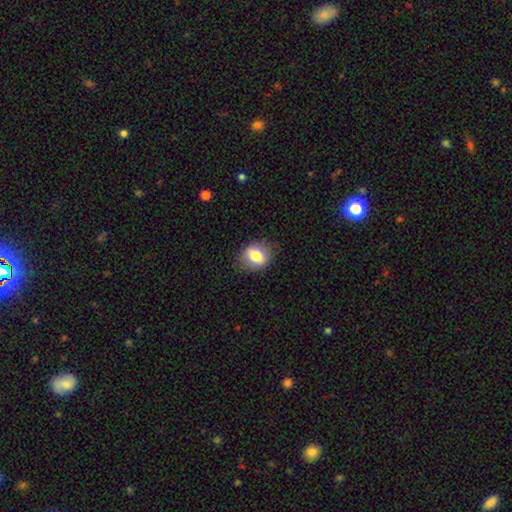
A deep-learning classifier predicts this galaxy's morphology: Q: Smooth or featured?
A: smooth (73%); runner-up: featured or disk (19%)
Q: How rounded?
A: in between (56%); runner-up: round (42%)
Q: Merging?
A: none (82%); runner-up: minor disturbance (13%)